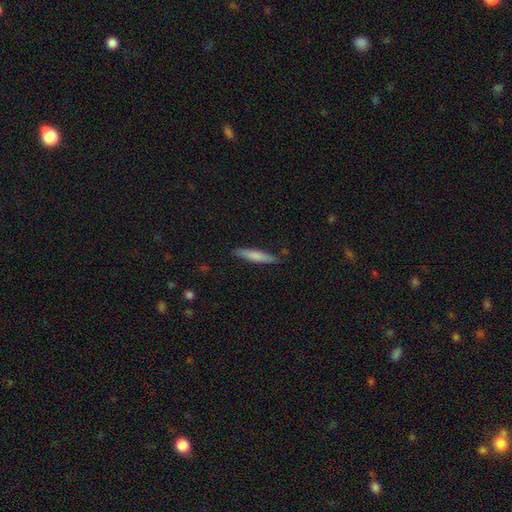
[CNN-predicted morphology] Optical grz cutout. It shows a smooth galaxy with no disk features (72%) that is cigar-shaped (90%). Merging: none (87%).